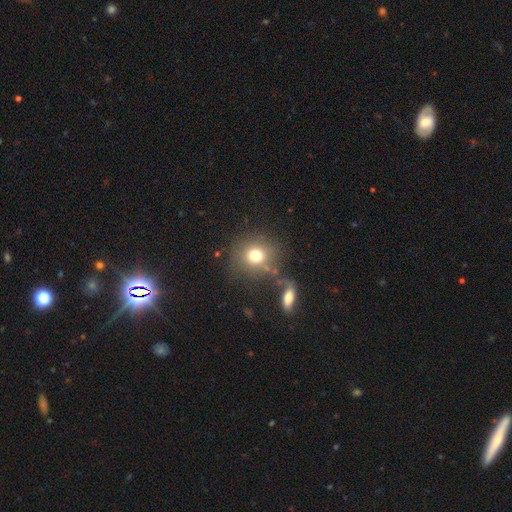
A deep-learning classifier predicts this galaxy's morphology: Smooth or featured: smooth — 75% (star or artifact — 13%)
How rounded: round — 83% (in between — 16%)
Merging: none — 68% (merger — 13%)